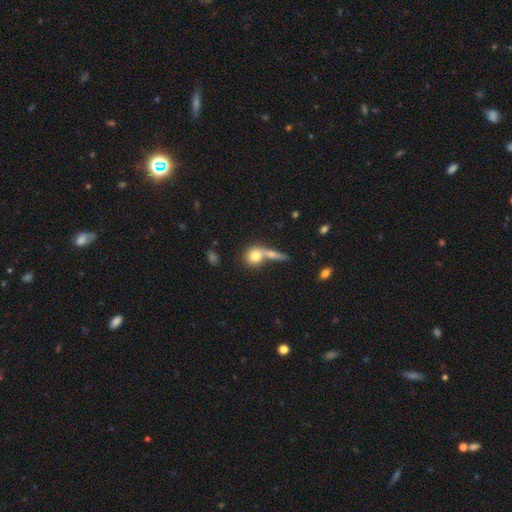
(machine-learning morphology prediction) smooth 75%, featured or disk 17%, star or artifact 8%. Down the decision tree: how rounded — round (75%); merging — merger (44%).